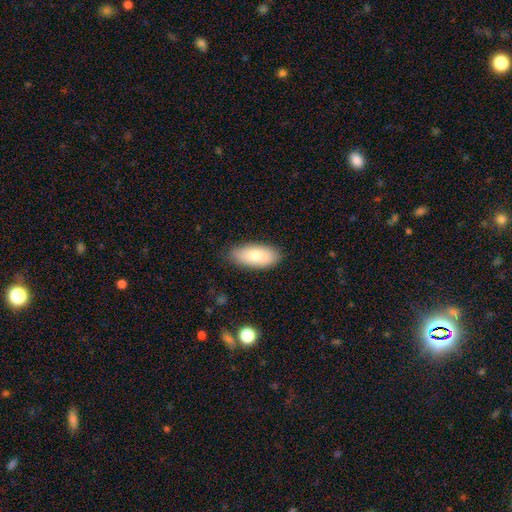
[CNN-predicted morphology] Overall: smooth (77%). How rounded: in between (89%). Merging: none (84%).